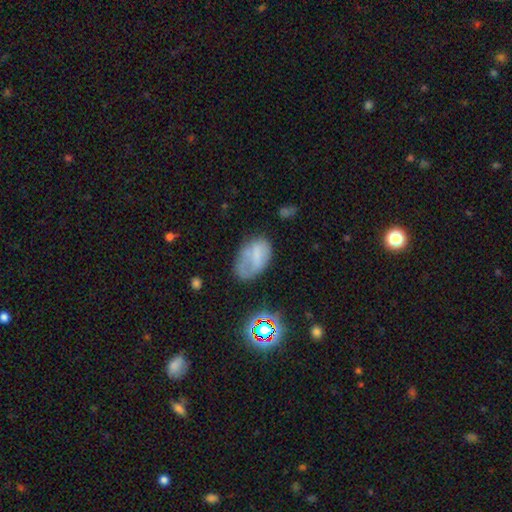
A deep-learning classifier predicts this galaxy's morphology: type=smooth (62%); roundness=in between (90%); merging=none (47%).